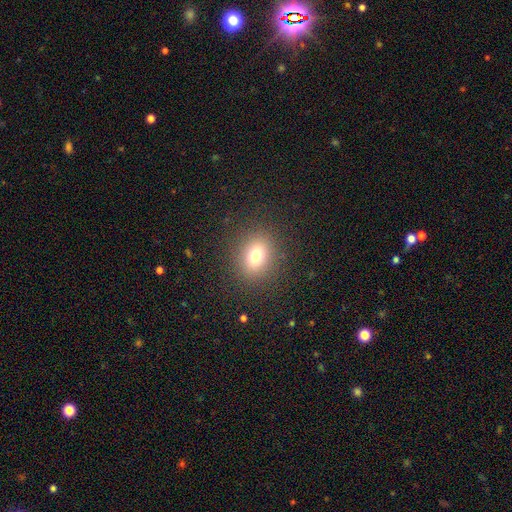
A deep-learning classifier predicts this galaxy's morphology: smooth_or_featured: smooth (p=0.75) [alt: star or artifact p=0.14]
how_rounded: round (p=0.52) [alt: in between p=0.47]
merging: none (p=0.87) [alt: minor disturbance p=0.08]